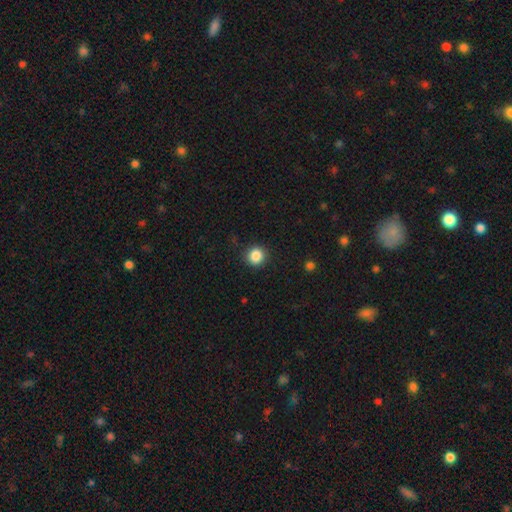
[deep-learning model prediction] The model was most divided on "smooth or featured": smooth: 86%, star or artifact: 11%, featured or disk: 4%. More confident: how rounded — round (91%); merging — none (91%).